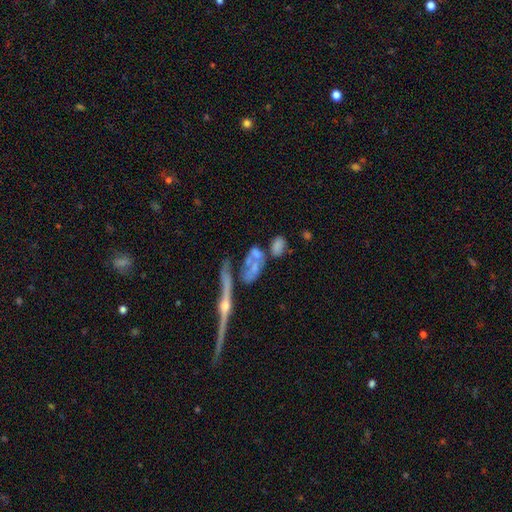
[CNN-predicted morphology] Overall: featured or disk (63%; smooth 24%). Edge-on disk: yes (59%; no 41%). Merging: merger (36%; none 35%).